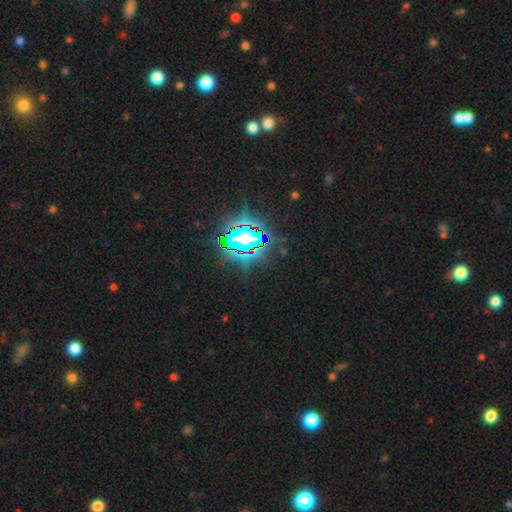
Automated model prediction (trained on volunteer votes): A star or artifact, not a galaxy (84%).

Vote fractions:
- Smooth or featured? star or artifact: 84% / smooth: 9% / featured or disk: 6%